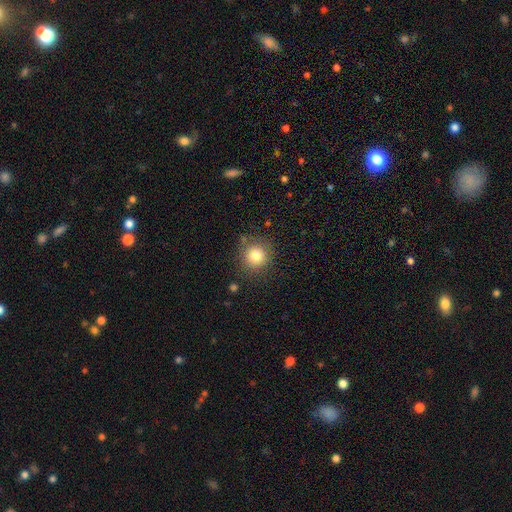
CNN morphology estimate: Q: Smooth or featured?
A: smooth (80%); runner-up: star or artifact (12%)
Q: How rounded?
A: round (93%); runner-up: in between (6%)
Q: Merging?
A: none (85%); runner-up: minor disturbance (9%)